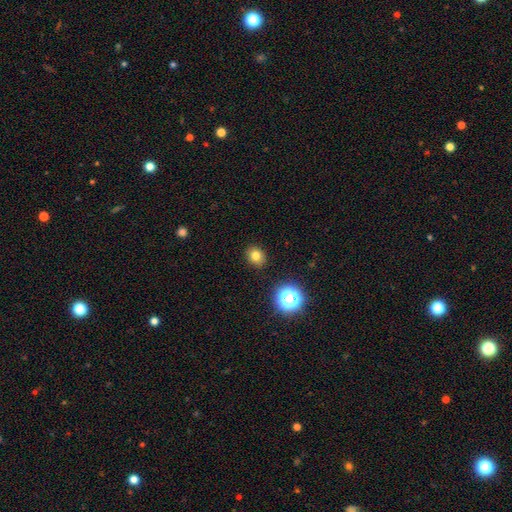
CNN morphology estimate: Smooth or featured?
  - smooth: 76% *
  - star or artifact: 16%
  - featured or disk: 8%
How rounded?
  - round: 68% *
  - in between: 31%
  - cigar-shaped: 1%
Merging?
  - none: 89% *
  - minor disturbance: 7%
  - major disturbance: 2%
  - merger: 1%